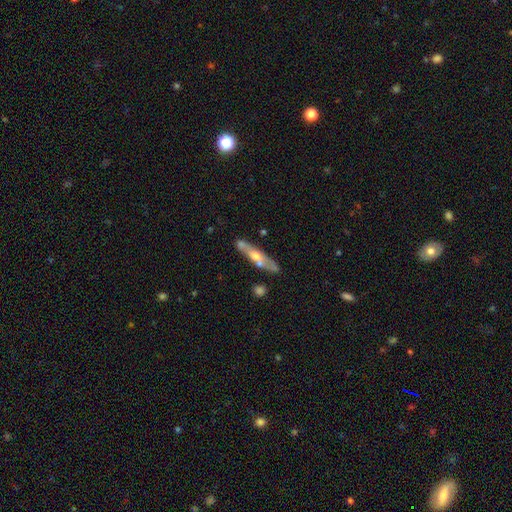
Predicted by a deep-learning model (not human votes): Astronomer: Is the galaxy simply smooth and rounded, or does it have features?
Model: featured or disk — 55% (runner-up: smooth, 40%).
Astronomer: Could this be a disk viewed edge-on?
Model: yes — 70%.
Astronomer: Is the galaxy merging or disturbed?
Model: none — 70%.